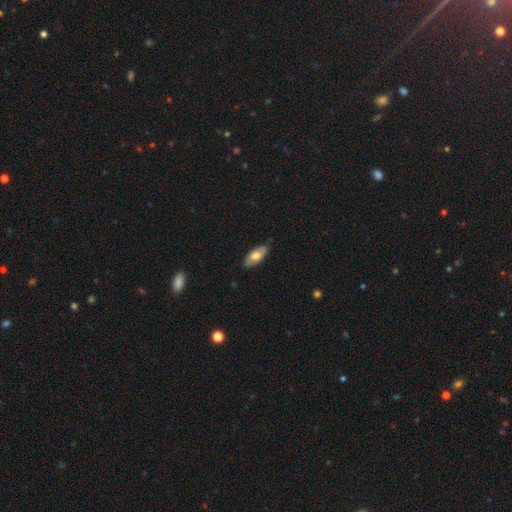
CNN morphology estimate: Q: Smooth or featured?
A: smooth (66%); runner-up: featured or disk (29%)
Q: How rounded?
A: in between (89%); runner-up: cigar-shaped (9%)
Q: Merging?
A: none (83%); runner-up: minor disturbance (14%)